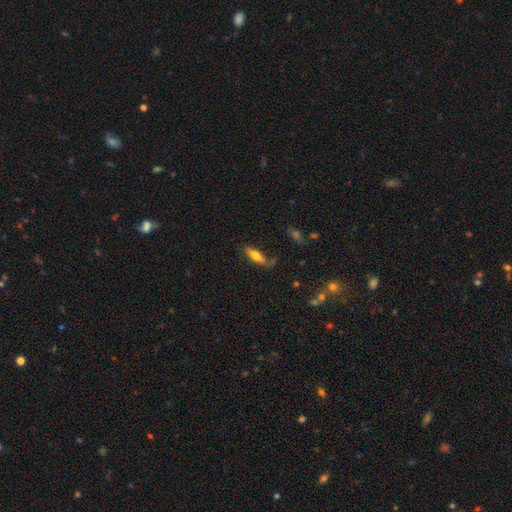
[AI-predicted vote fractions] Smooth or featured? smooth (68%)
How rounded? in between (49%)
Merging? none (66%)